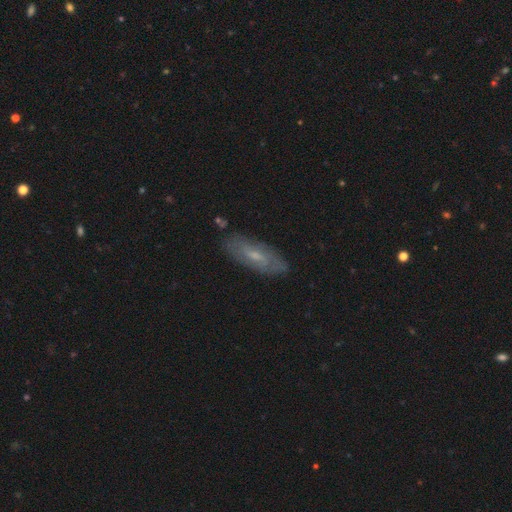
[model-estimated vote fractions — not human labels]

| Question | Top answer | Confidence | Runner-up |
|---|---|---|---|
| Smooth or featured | featured or disk | 52% | smooth (40%) |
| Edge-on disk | no | 78% | yes (22%) |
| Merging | none | 80% | minor disturbance (15%) |